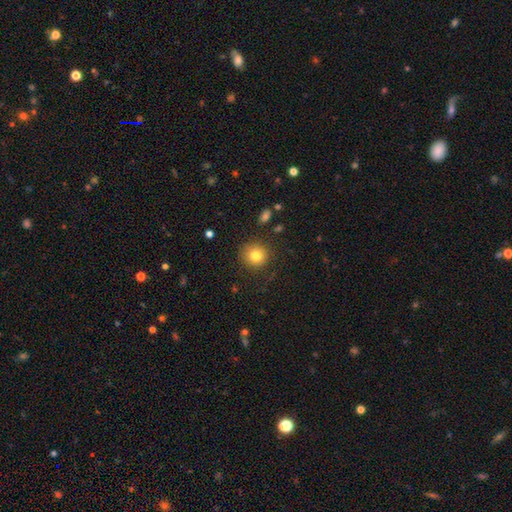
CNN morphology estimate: A smooth galaxy with no disk features (80%) that is round (92%).

Vote fractions:
- Smooth or featured? smooth: 80% / star or artifact: 11% / featured or disk: 9%
- How rounded? round: 92% / in between: 7% / cigar-shaped: 1%
- Merging? none: 87% / minor disturbance: 9% / major disturbance: 3% / merger: 1%